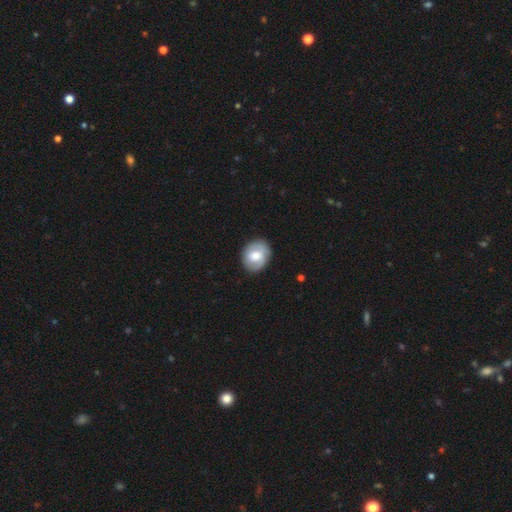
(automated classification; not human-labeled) smooth_or_featured: smooth (p=0.55) [alt: featured or disk p=0.39]
how_rounded: round (p=0.66) [alt: in between p=0.33]
merging: none (p=0.84) [alt: minor disturbance p=0.12]